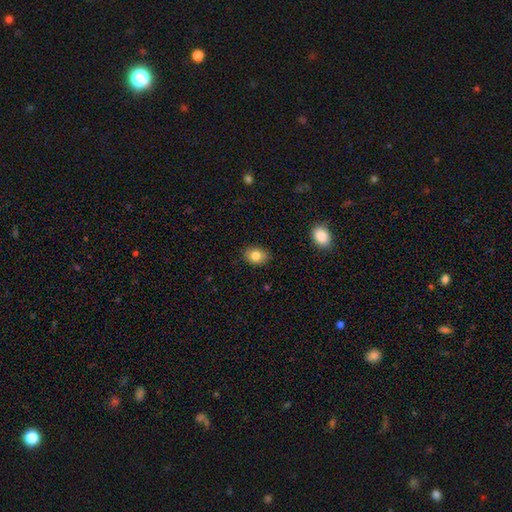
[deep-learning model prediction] This appears to be a smooth galaxy with no disk features (82%) that is in between round and cigar-shaped (65%). Merging: none (86%).